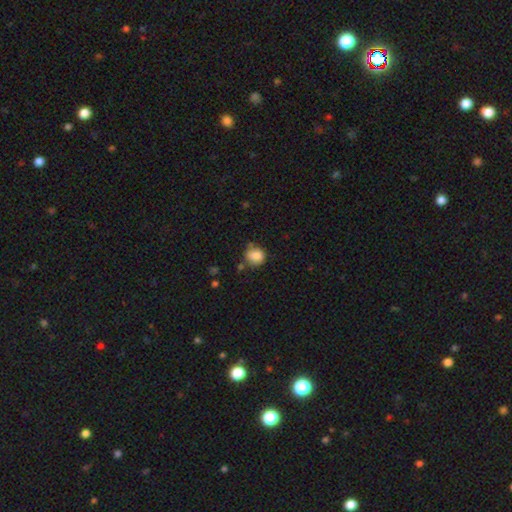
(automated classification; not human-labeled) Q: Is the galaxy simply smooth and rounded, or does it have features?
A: smooth — 84%.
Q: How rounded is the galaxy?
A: round — 77%.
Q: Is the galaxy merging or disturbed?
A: none — 67%.